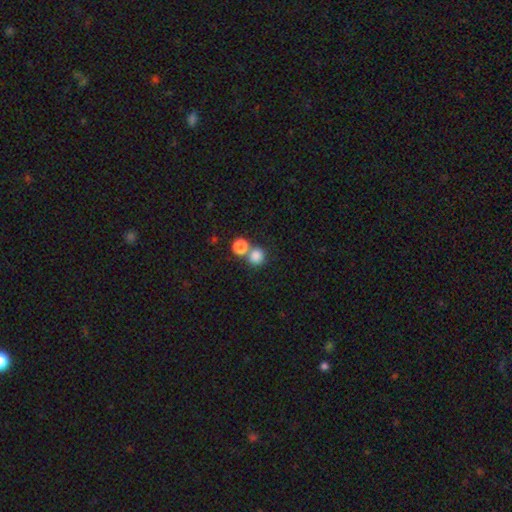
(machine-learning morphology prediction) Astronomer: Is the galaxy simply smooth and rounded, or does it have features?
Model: smooth — 83%.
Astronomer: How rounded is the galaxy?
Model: round — 88%.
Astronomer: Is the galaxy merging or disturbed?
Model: none — 54% (runner-up: merger, 36%).